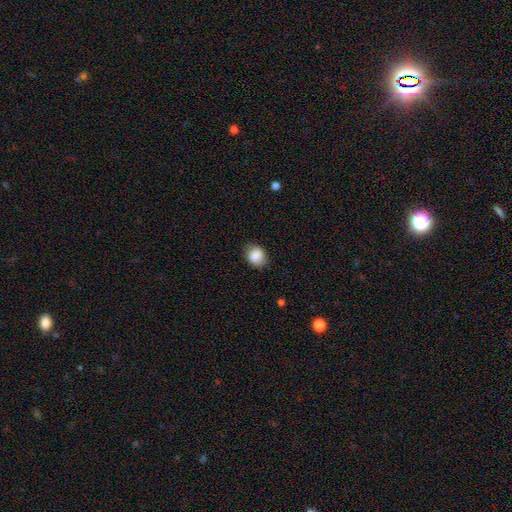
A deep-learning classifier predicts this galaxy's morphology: Overall: smooth (86%). How rounded: in between (54%; round 45%). Merging: none (81%).